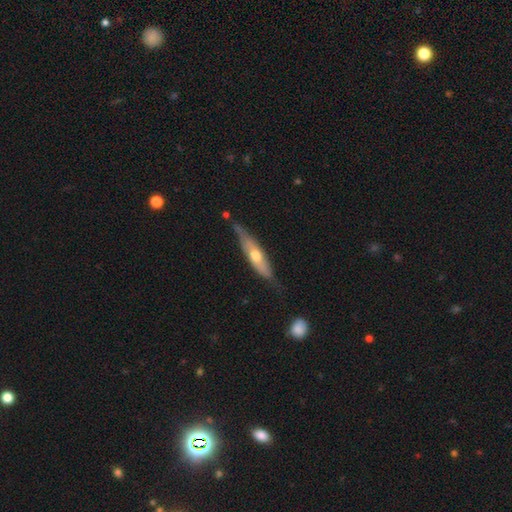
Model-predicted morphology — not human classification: The model was most divided on "smooth or featured": featured or disk: 55%, smooth: 39%, star or artifact: 6%. More confident: edge-on disk — yes (72%); merging — none (59%).